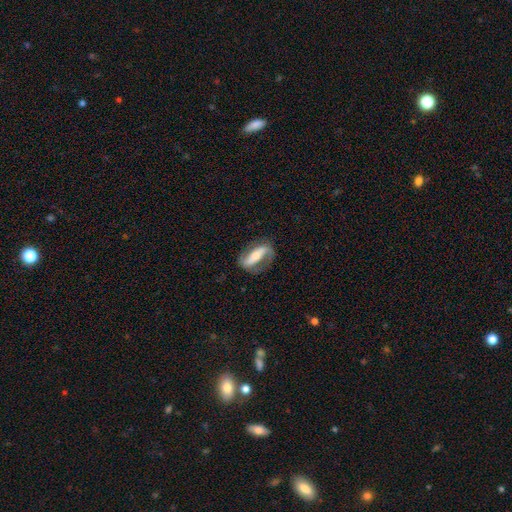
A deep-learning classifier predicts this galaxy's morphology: smooth-or-featured: featured or disk: 73% | smooth: 21% | star or artifact: 6%
  disk-edge-on: no: 85% | yes: 15%
    bar: strong: 64% | no: 18% | weak: 17%
    has-spiral-arms: yes: 81% | no: 19%
      spiral-winding: medium: 39% | loose: 37% | tight: 24%
      spiral-arm-count: 2: 82% | 1: 9% | can't tell: 6% | 3: 1% | 4: 1% | more than 4: 1%
    bulge-size: moderate: 49% | small: 39% | large: 7% | none: 3% | dominant: 2%
  merging: none: 73% | minor disturbance: 16% | major disturbance: 9% | merger: 2%